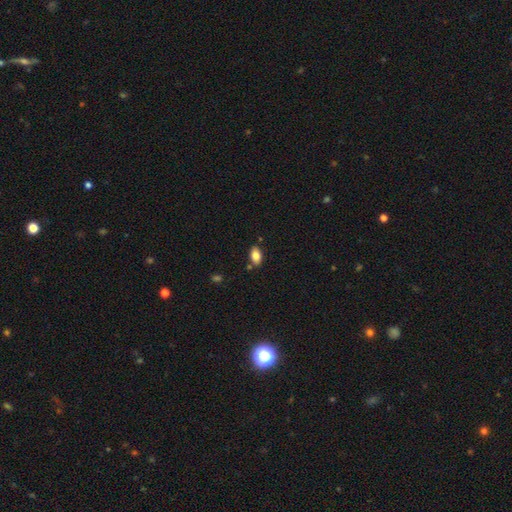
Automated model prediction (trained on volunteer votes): Smooth or featured? Predicted: smooth (p=0.82). How rounded? Predicted: in between (p=0.91). Merging? Predicted: none (p=0.82).